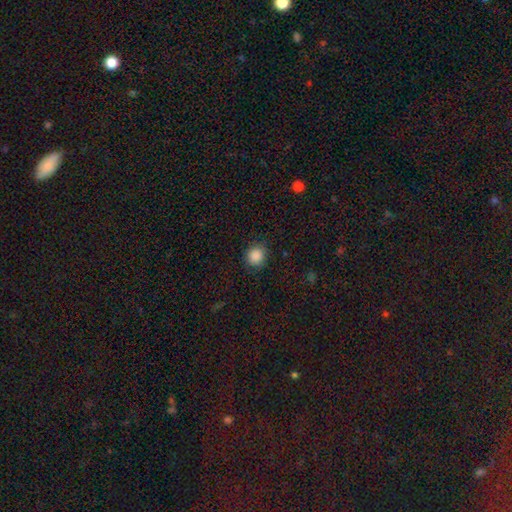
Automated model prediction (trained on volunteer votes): smooth 87%, star or artifact 10%, featured or disk 3%. Down the decision tree: how rounded — round (87%); merging — none (86%).